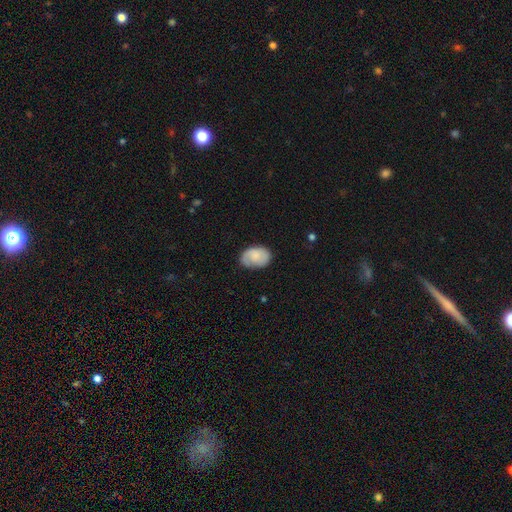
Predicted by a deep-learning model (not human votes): Morphology: type=smooth (69%); roundness=in between (83%); merging=none (66%).